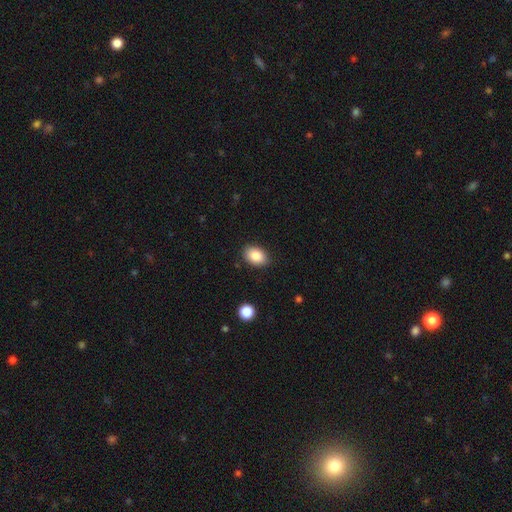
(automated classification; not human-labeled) Smooth or featured: smooth — 87% (star or artifact — 8%)
How rounded: in between — 83% (round — 16%)
Merging: none — 86% (minor disturbance — 10%)